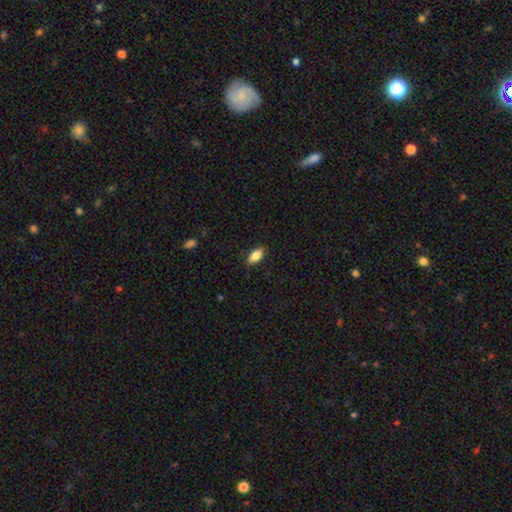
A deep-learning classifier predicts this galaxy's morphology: A smooth galaxy with no disk features (83%) that is in between round and cigar-shaped (89%).

Vote fractions:
- Smooth or featured? smooth: 83% / featured or disk: 10% / star or artifact: 7%
- How rounded? in between: 89% / cigar-shaped: 8% / round: 4%
- Merging? none: 87% / minor disturbance: 10% / major disturbance: 2% / merger: 1%